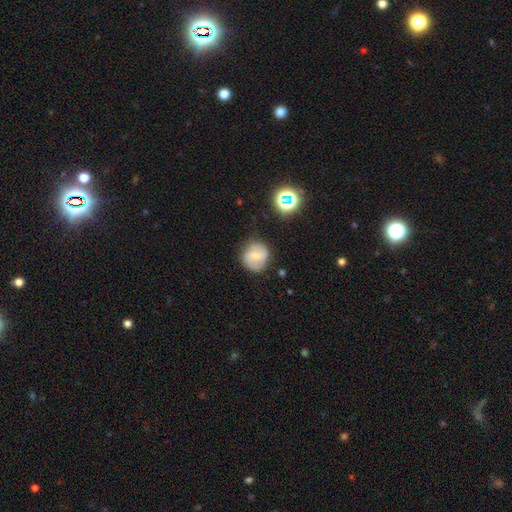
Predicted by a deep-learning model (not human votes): featured or disk 46%, smooth 44%, star or artifact 10%. Down the decision tree: merging — none (74%).